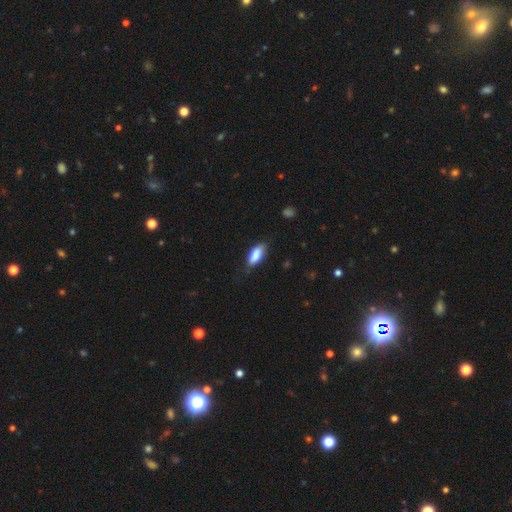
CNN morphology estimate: Smooth or featured?
  - smooth: 82% *
  - featured or disk: 11%
  - star or artifact: 6%
How rounded?
  - in between: 82% *
  - cigar-shaped: 16%
  - round: 2%
Merging?
  - none: 71% *
  - minor disturbance: 23%
  - major disturbance: 5%
  - merger: 1%